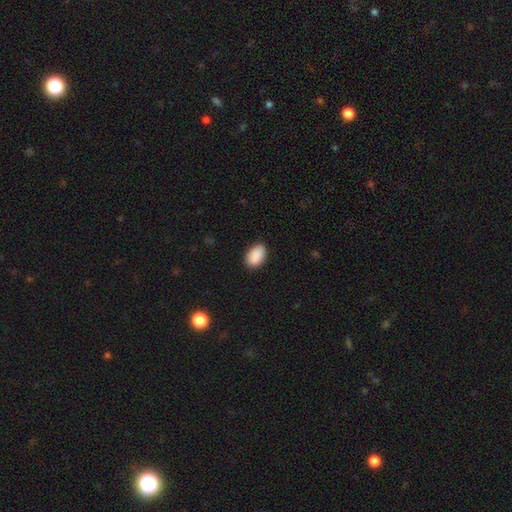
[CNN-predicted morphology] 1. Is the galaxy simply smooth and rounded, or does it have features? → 90% smooth, 7% star or artifact, 3% featured or disk.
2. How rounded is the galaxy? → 91% in between, 8% round, 1% cigar-shaped.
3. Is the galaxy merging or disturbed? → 87% none, 10% minor disturbance, 2% major disturbance, 1% merger.